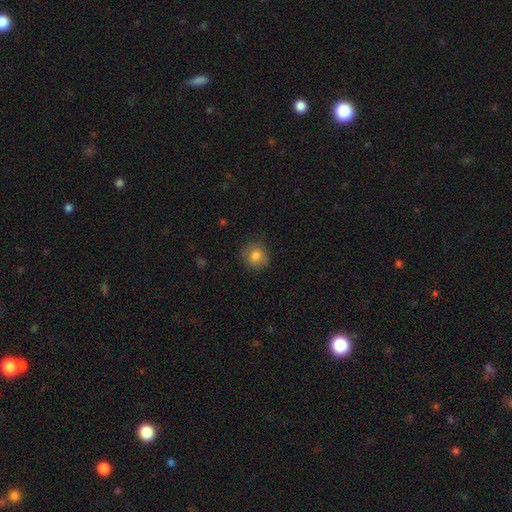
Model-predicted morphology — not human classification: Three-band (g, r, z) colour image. It shows a smooth galaxy with no disk features (81%) that is round (85%). Merging: none (77%).